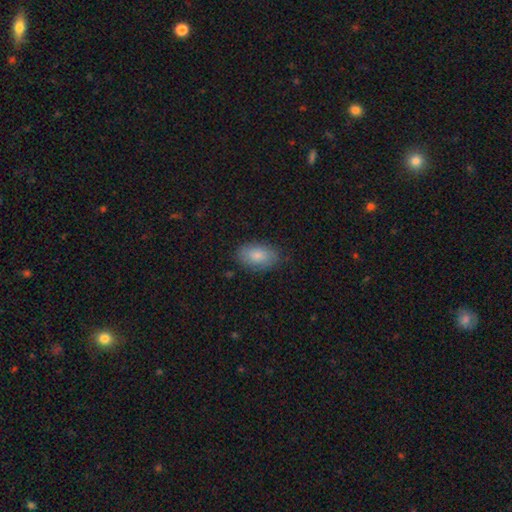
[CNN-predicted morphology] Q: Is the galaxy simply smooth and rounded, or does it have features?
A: smooth — 82%.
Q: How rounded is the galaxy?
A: in between — 92%.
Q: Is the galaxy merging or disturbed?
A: none — 82%.